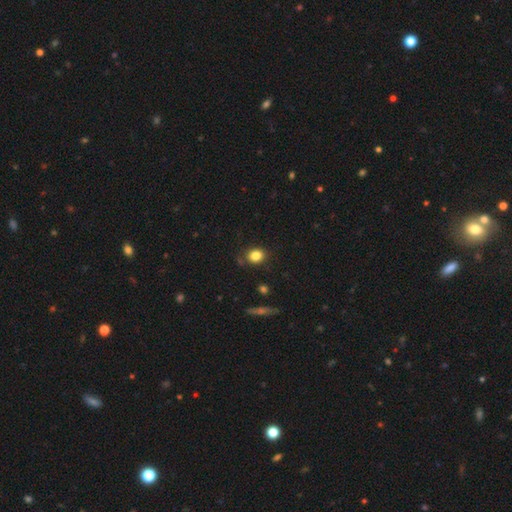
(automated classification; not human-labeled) The model was most divided on "how rounded": round: 59%, in between: 40%, cigar-shaped: 1%. More confident: smooth or featured — smooth (82%); merging — none (82%).